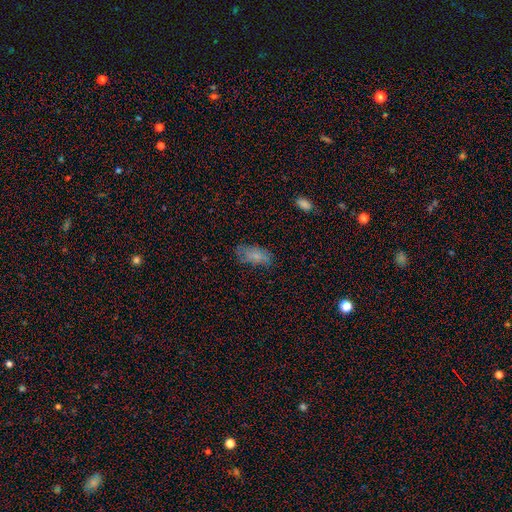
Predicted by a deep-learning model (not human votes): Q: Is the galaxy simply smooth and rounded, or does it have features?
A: smooth — 74%.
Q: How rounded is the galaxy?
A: in between — 91%.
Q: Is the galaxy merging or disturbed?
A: none — 65%.